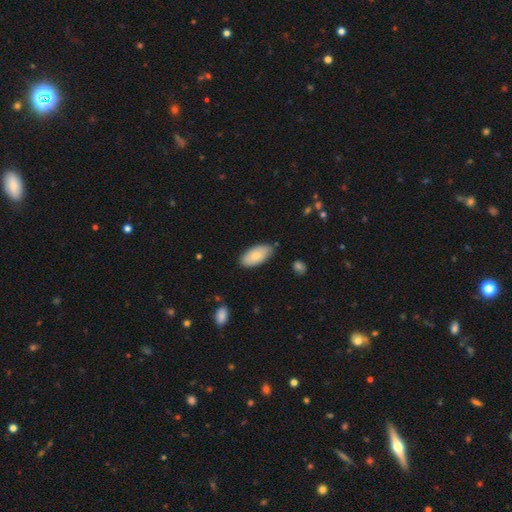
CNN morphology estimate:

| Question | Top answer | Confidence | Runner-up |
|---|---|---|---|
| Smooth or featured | smooth | 82% | featured or disk (12%) |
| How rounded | in between | 94% | cigar-shaped (5%) |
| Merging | none | 77% | minor disturbance (18%) |